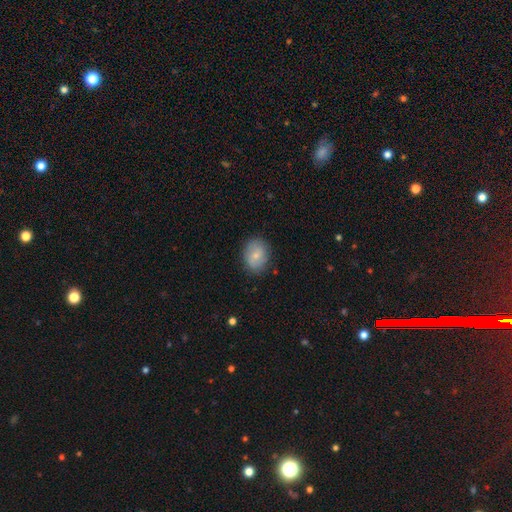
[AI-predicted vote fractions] Smooth or featured? smooth (72%)
How rounded? in between (60%)
Merging? none (83%)